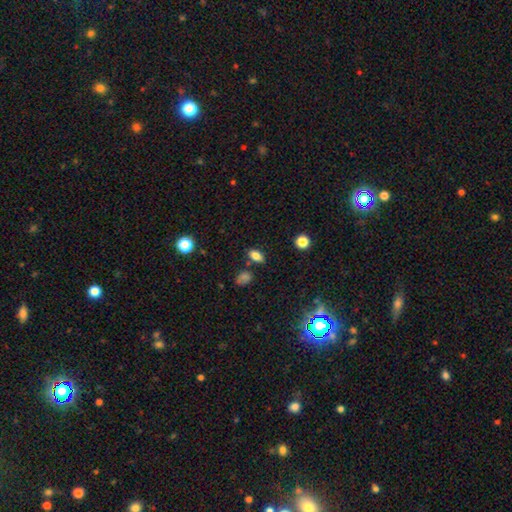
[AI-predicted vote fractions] A smooth galaxy with no disk features (78%) that is in between round and cigar-shaped (84%). Merging: none (80%).